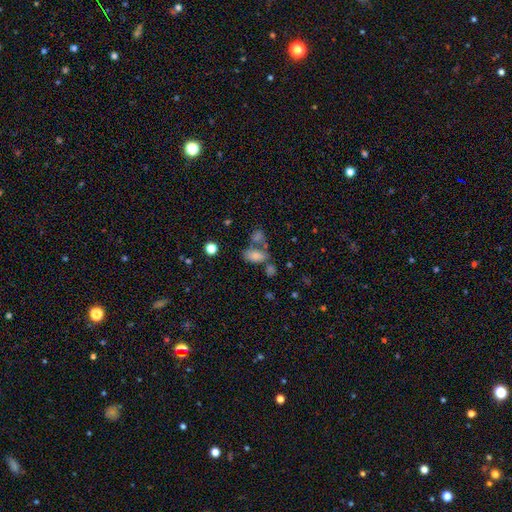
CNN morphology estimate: A smooth galaxy with no disk features (77%) that is in between round and cigar-shaped (89%).

Vote fractions:
- Smooth or featured? smooth: 77% / star or artifact: 12% / featured or disk: 11%
- How rounded? in between: 89% / round: 7% / cigar-shaped: 4%
- Merging? none: 45% / merger: 31% / minor disturbance: 15% / major disturbance: 9%